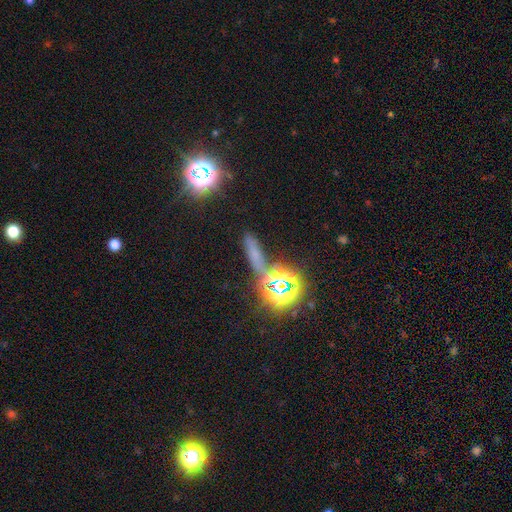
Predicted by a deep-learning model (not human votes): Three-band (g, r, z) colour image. It shows a star or artifact, not a galaxy (47%).